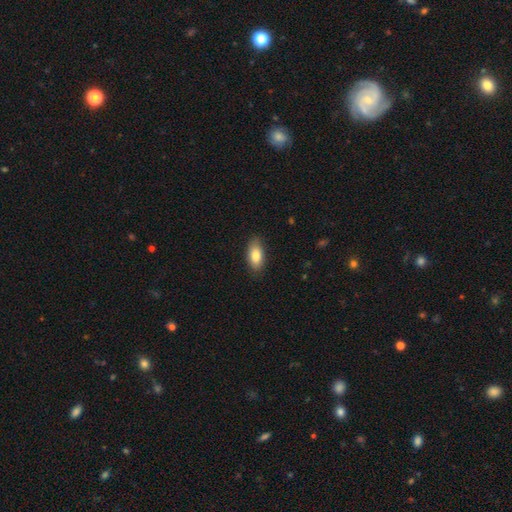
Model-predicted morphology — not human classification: Smooth or featured? Predicted: smooth (p=0.83). How rounded? Predicted: in between (p=0.89). Merging? Predicted: none (p=0.86).